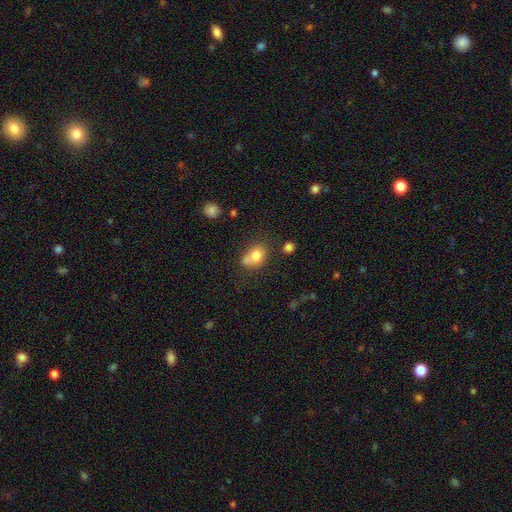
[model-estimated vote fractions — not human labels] Smooth or featured?
  - smooth: 77% *
  - featured or disk: 13%
  - star or artifact: 10%
How rounded?
  - in between: 57% *
  - round: 41%
  - cigar-shaped: 1%
Merging?
  - none: 41% *
  - merger: 33%
  - minor disturbance: 19%
  - major disturbance: 8%